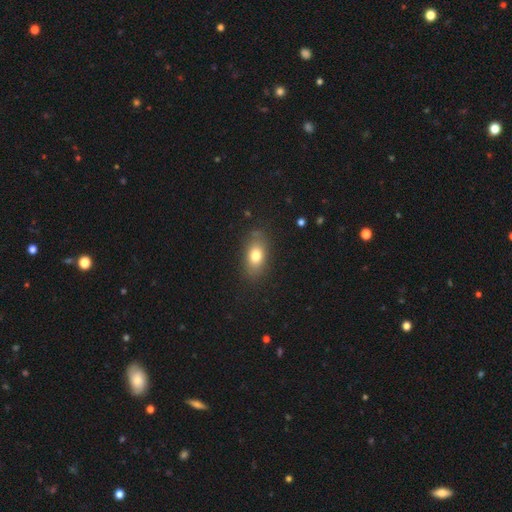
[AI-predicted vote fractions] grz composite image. It shows a smooth galaxy with no disk features (77%) that is in between round and cigar-shaped (83%). Merging: none (81%).